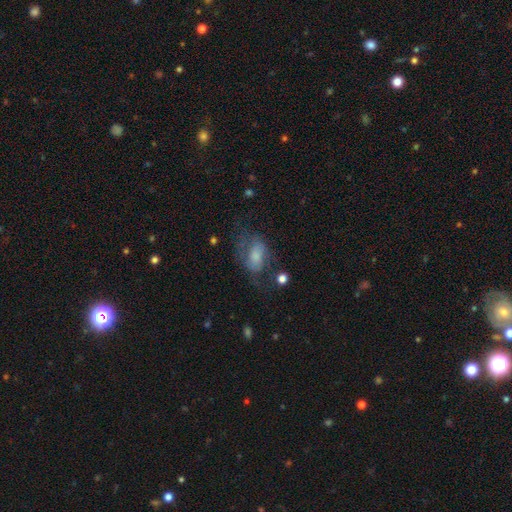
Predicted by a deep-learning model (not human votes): Morphology: type=smooth (47%); merging=none (44%).